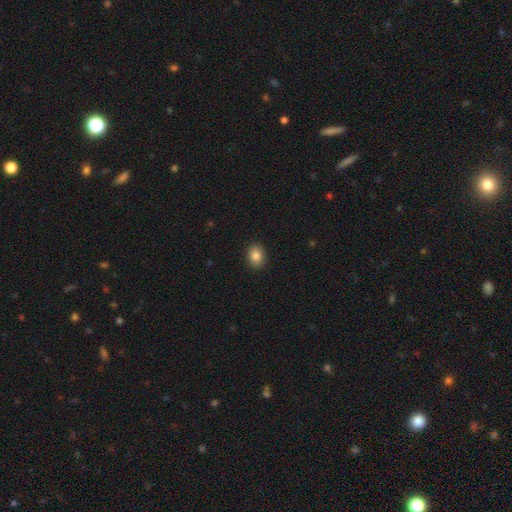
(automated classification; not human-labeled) Smooth or featured: smooth — 86% (star or artifact — 9%)
How rounded: in between — 70% (round — 29%)
Merging: none — 90% (minor disturbance — 7%)